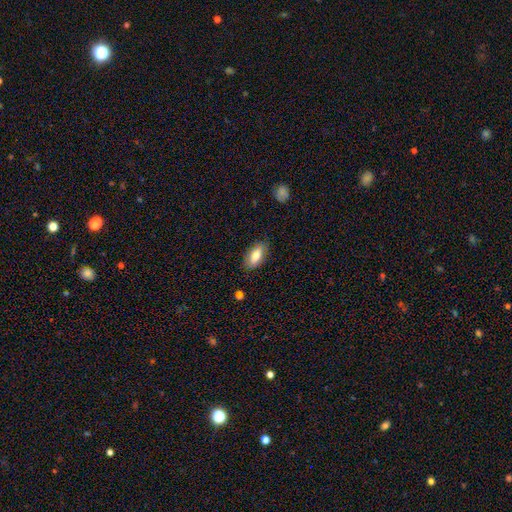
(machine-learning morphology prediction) type=smooth (78%); roundness=in between (90%); merging=none (84%).